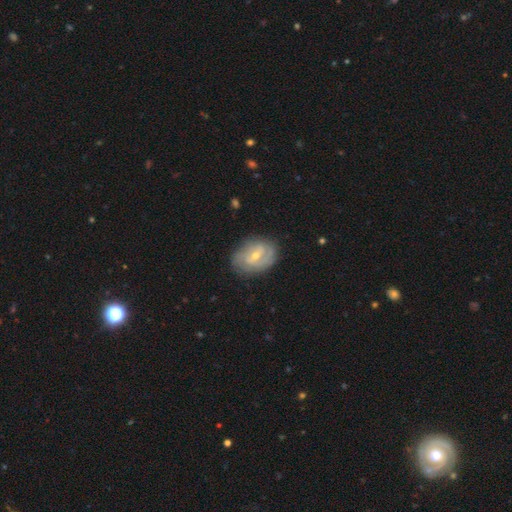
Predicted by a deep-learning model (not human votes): smooth-or-featured: featured or disk: 70% | smooth: 24% | star or artifact: 6%
  disk-edge-on: no: 96% | yes: 4%
    bar: weak: 46% | no: 41% | strong: 13%
    has-spiral-arms: yes: 79% | no: 21%
      spiral-winding: tight: 54% | medium: 33% | loose: 13%
      spiral-arm-count: 2: 44% | can't tell: 36% | 3: 10% | 1: 5% | 4: 3% | more than 4: 3%
    bulge-size: moderate: 49% | small: 48% | large: 1% | none: 1% | dominant: 1%
  merging: none: 75% | minor disturbance: 18% | major disturbance: 5% | merger: 1%